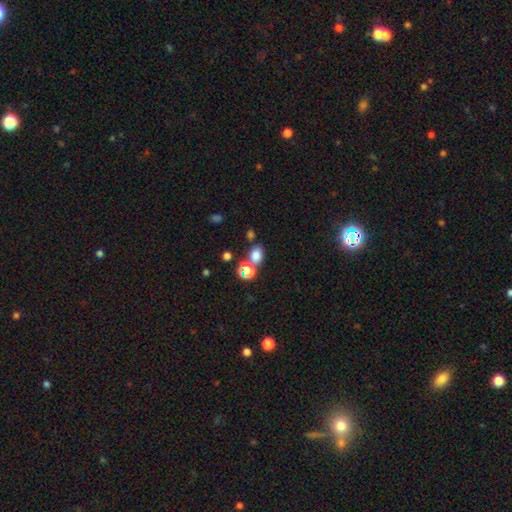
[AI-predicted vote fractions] Smooth or featured? Predicted: smooth (p=0.77). How rounded? Predicted: in between (p=0.60). Merging? Predicted: none (p=0.61).